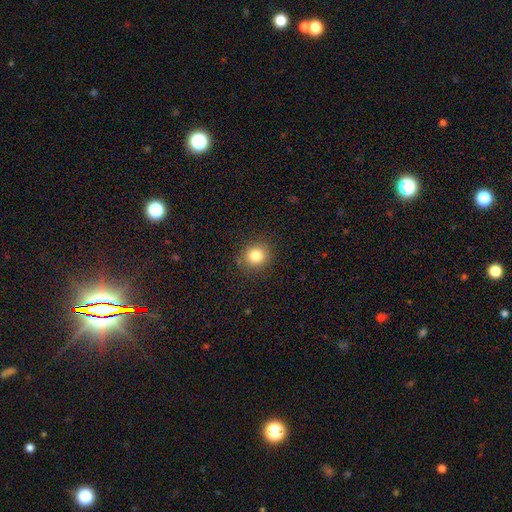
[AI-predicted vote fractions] The model was most divided on "how rounded": round: 83%, in between: 16%, cigar-shaped: 1%. More confident: merging — none (88%); smooth or featured — smooth (82%).